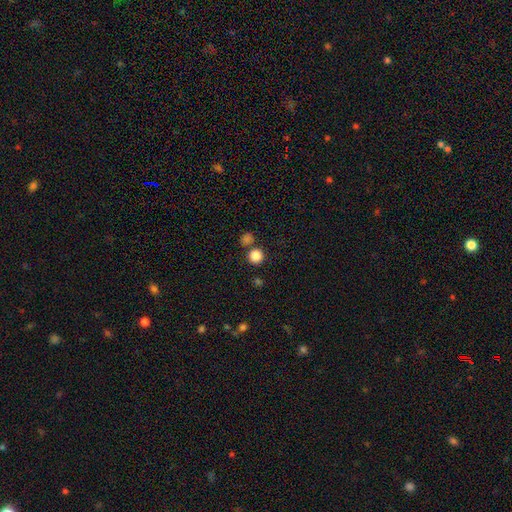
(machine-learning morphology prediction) The model was most divided on "merging": none: 78%, merger: 13%, minor disturbance: 7%, major disturbance: 3%. More confident: how rounded — round (94%); smooth or featured — smooth (84%).